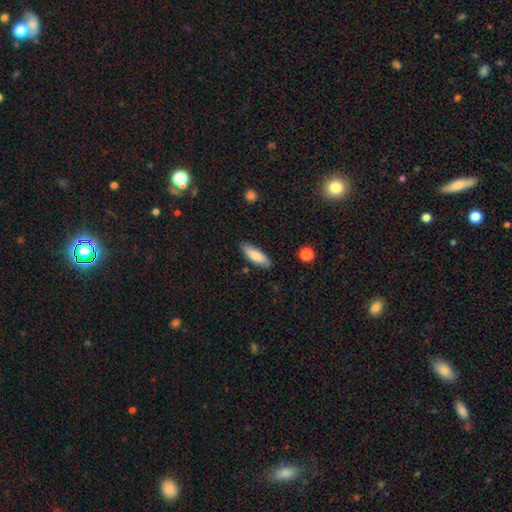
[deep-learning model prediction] Smooth or featured: smooth — 81% (featured or disk — 13%)
How rounded: in between — 59% (cigar-shaped — 39%)
Merging: none — 85% (minor disturbance — 11%)